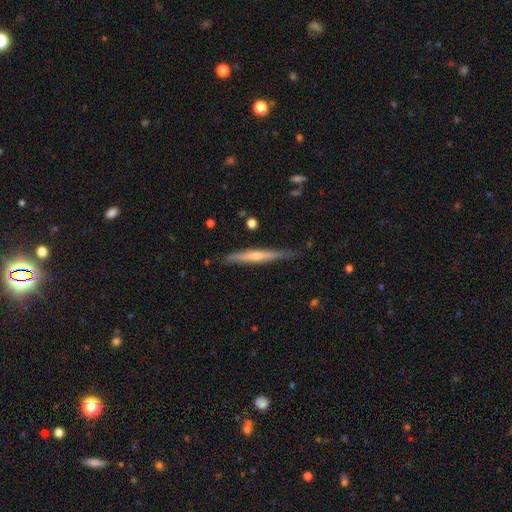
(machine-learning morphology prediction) featured or disk 61%, smooth 33%, star or artifact 6%. Down the decision tree: edge-on disk — yes (96%); edge-on bulge — rounded (63%); merging — none (82%).